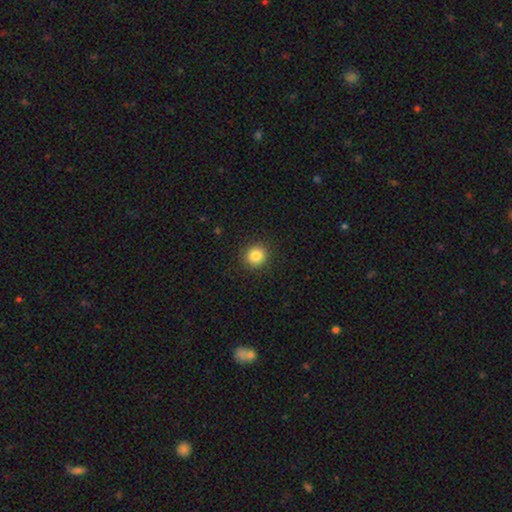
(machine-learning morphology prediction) This appears to be a smooth galaxy with no disk features (85%) that is round (91%). Merging: none (92%).